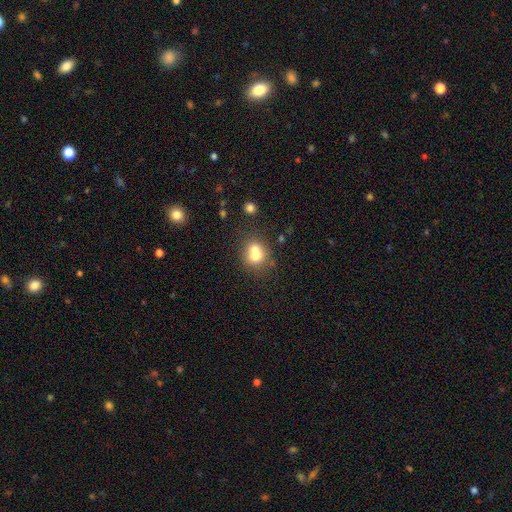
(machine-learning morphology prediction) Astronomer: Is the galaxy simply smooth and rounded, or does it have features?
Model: smooth — 67%.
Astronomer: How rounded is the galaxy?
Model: round — 69%.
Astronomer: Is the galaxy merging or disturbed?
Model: merger — 53% (runner-up: none, 35%).